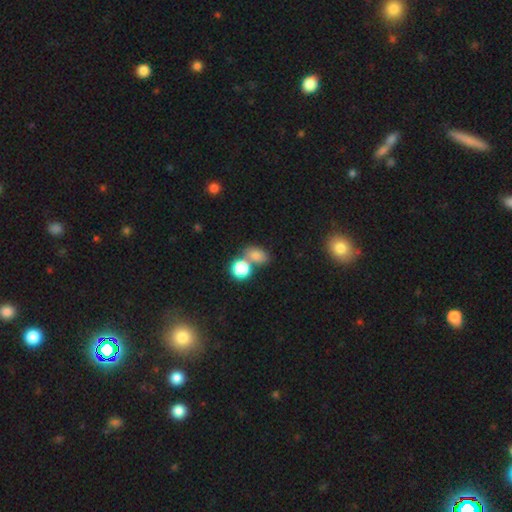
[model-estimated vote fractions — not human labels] smooth-or-featured: smooth: 77% | star or artifact: 15% | featured or disk: 8%
  how-rounded: in between: 66% | round: 32% | cigar-shaped: 2%
  merging: none: 44% | merger: 38% | minor disturbance: 12% | major disturbance: 6%